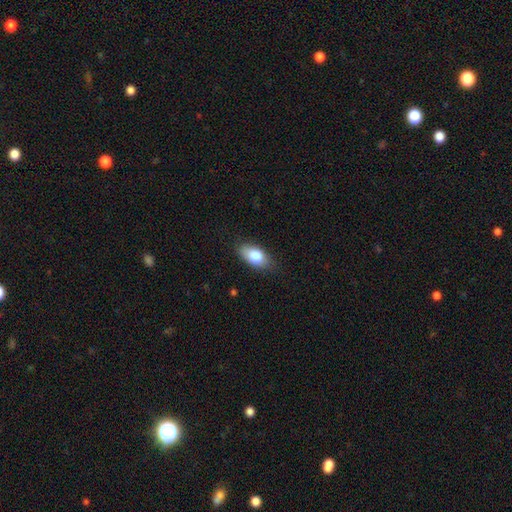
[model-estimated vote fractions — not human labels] Smooth or featured? Predicted: smooth (p=0.81). How rounded? Predicted: in between (p=0.89). Merging? Predicted: none (p=0.78).